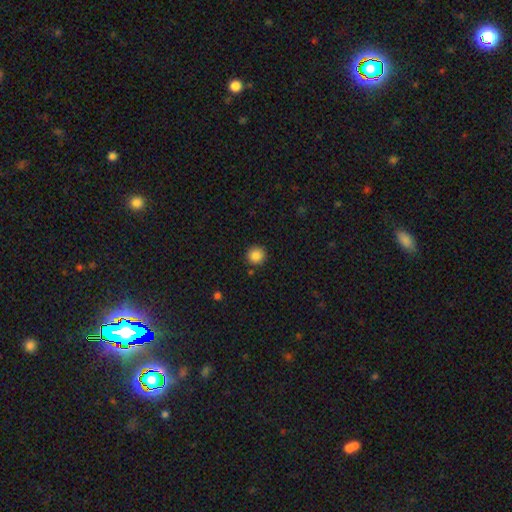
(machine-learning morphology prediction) A smooth galaxy with no disk features (87%) that is round (94%). Merging: none (90%).